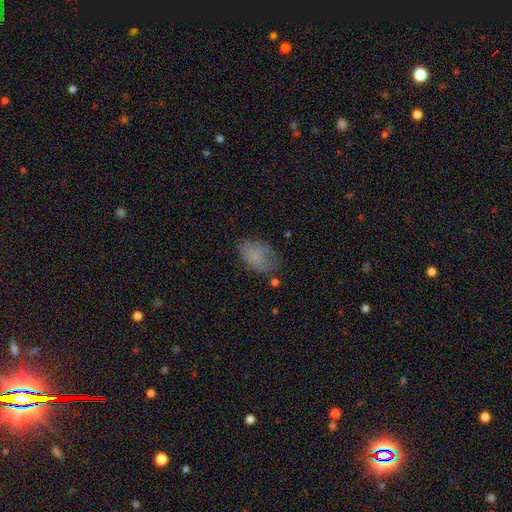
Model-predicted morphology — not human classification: smooth_or_featured: smooth (p=0.76) [alt: featured or disk p=0.13]
how_rounded: in between (p=0.88) [alt: round p=0.10]
merging: none (p=0.58) [alt: minor disturbance p=0.28]